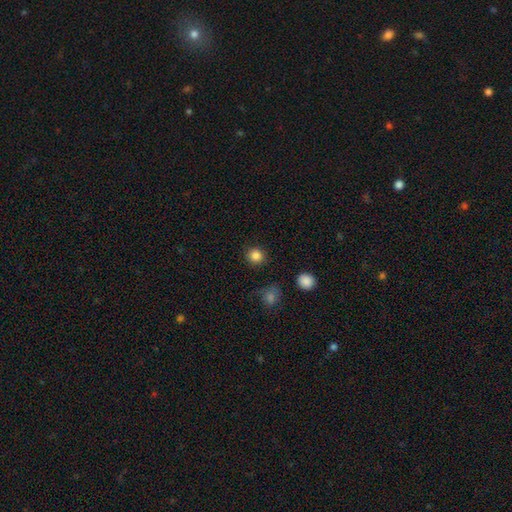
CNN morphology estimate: The model was most divided on "smooth or featured": smooth: 85%, star or artifact: 11%, featured or disk: 4%. More confident: how rounded — round (90%); merging — none (88%).